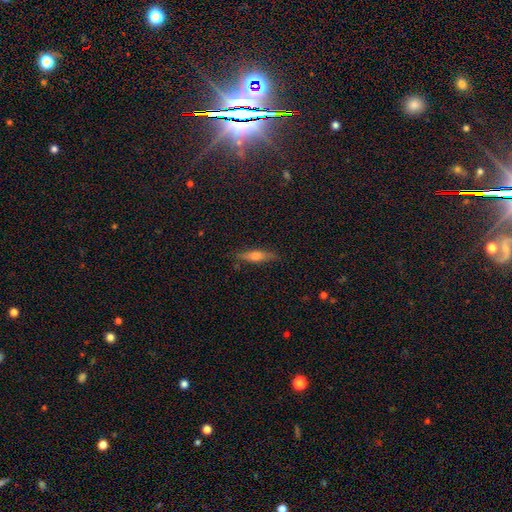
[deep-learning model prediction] The model was most divided on "smooth or featured": featured or disk: 50%, smooth: 40%, star or artifact: 9%. More confident: edge-on disk — yes (93%); merging — none (86%).